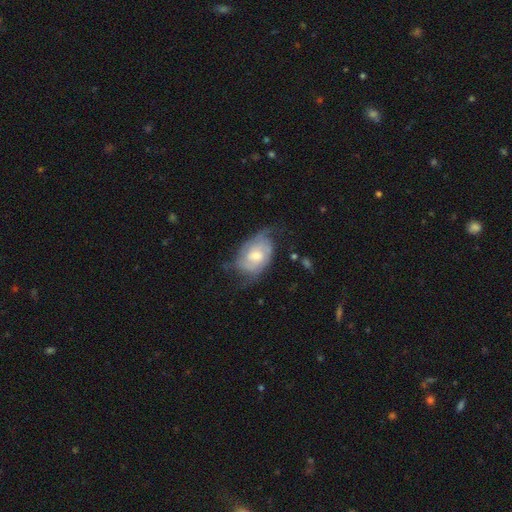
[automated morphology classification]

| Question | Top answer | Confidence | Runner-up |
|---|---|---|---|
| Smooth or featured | featured or disk | 65% | smooth (29%) |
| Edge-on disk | no | 96% | yes (4%) |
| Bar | no | 62% | weak (33%) |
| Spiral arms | yes | 82% | no (18%) |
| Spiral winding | tight | 48% | medium (37%) |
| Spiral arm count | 2 | 43% | can't tell (37%) |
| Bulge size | moderate | 56% | small (27%) |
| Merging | none | 46% | minor disturbance (32%) |